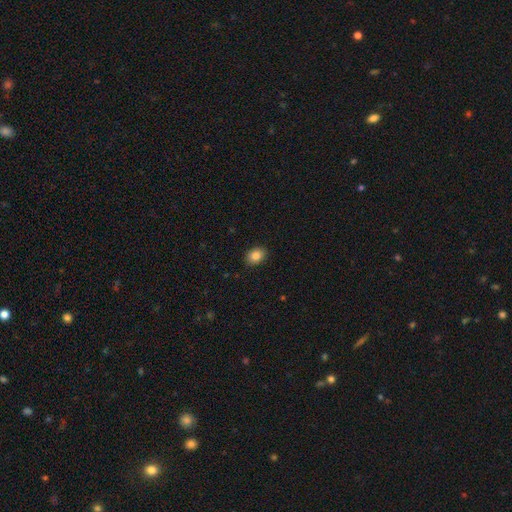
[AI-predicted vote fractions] A smooth galaxy with no disk features (85%) that is in between round and cigar-shaped (70%). Merging: none (89%).